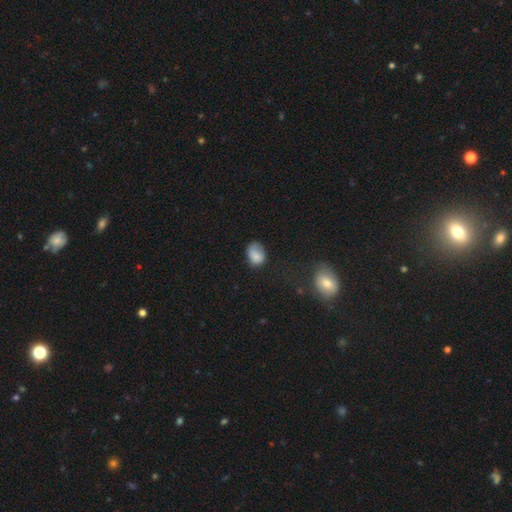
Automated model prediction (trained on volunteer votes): Smooth or featured?
  - smooth: 80% *
  - featured or disk: 11%
  - star or artifact: 9%
How rounded?
  - in between: 69% *
  - round: 30%
  - cigar-shaped: 1%
Merging?
  - none: 48% *
  - minor disturbance: 34%
  - major disturbance: 15%
  - merger: 3%